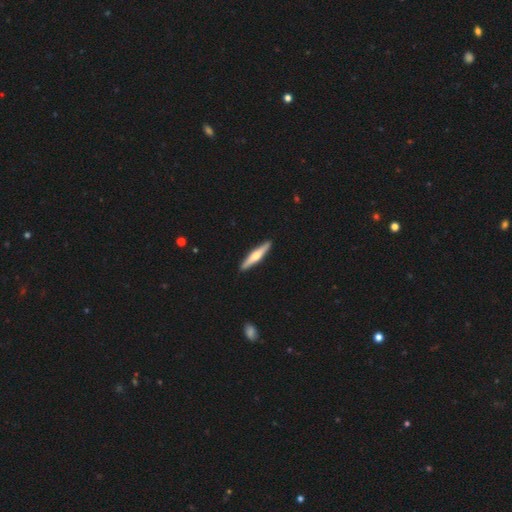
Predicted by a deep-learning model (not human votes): This is likely a featured or disk galaxy (61%). It is clearly viewed edge-on (97%). Edge-on bulge: clearly rounded (91%). Merging: clearly none (92%).